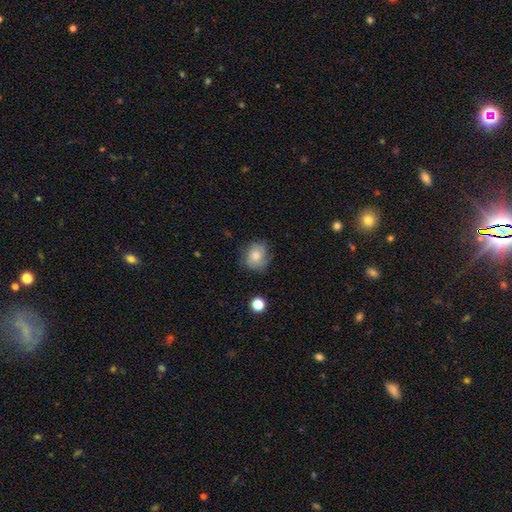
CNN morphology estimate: A smooth galaxy with no disk features (66%) that is round (67%). Merging: none (65%).